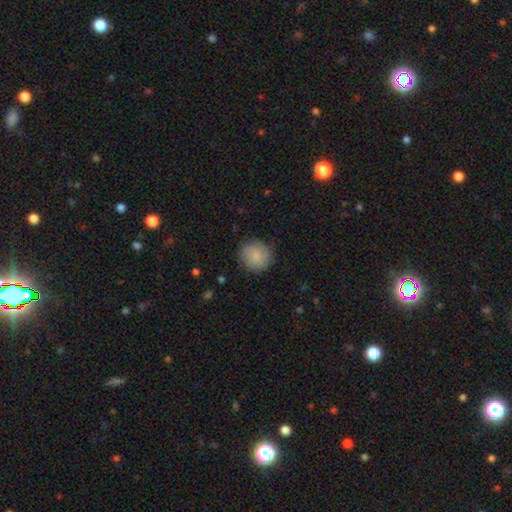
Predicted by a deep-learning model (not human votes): Overall: smooth (85%). How rounded: round (88%). Merging: none (85%).